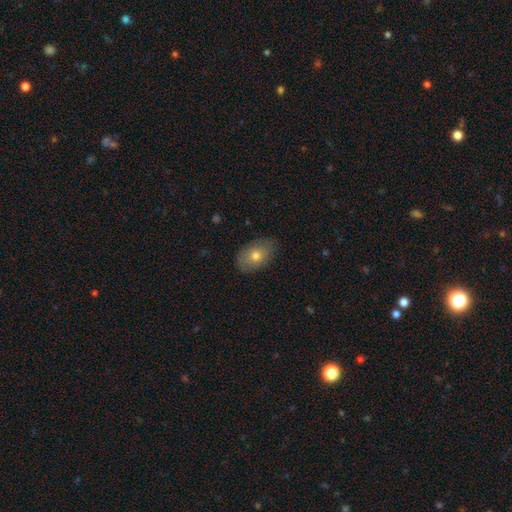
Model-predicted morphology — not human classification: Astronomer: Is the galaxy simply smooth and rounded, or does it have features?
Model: smooth — 74%.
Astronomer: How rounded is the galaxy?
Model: in between — 85%.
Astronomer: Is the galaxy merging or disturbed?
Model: none — 83%.